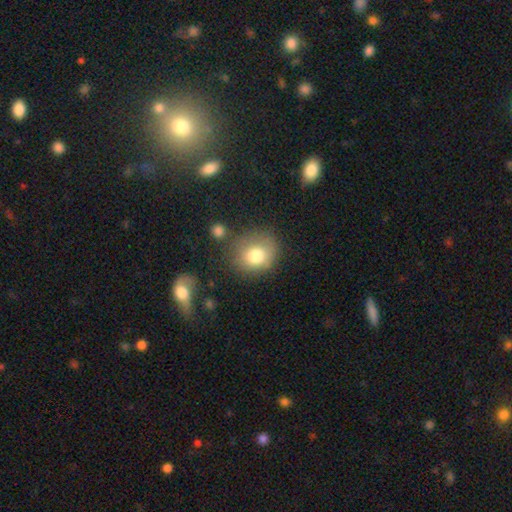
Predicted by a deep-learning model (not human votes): A smooth galaxy with no disk features (78%) that is round (74%).

Vote fractions:
- Smooth or featured? smooth: 78% / featured or disk: 11% / star or artifact: 11%
- How rounded? round: 74% / in between: 25% / cigar-shaped: 1%
- Merging? none: 67% / minor disturbance: 19% / major disturbance: 8% / merger: 7%